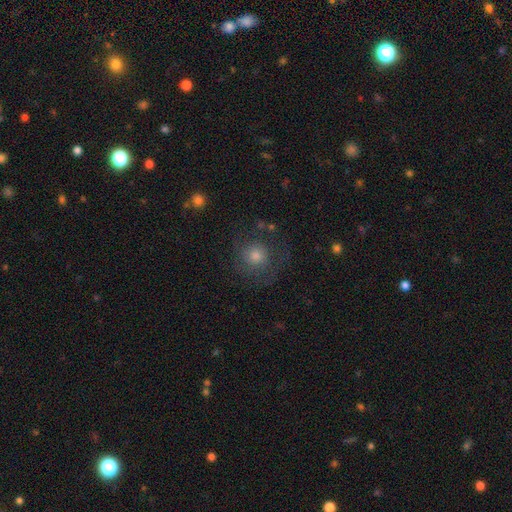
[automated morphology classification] Smooth or featured? smooth (48%)
Merging? none (71%)